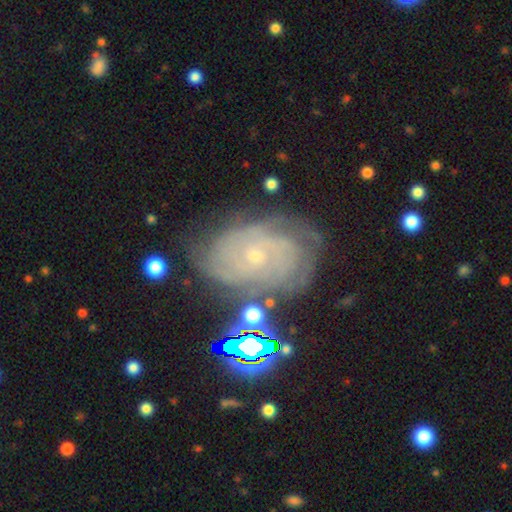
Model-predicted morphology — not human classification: Smooth or featured: featured or disk — 78% (smooth — 11%)
Edge-on disk: no — 97% (yes — 3%)
Bar: no — 78% (weak — 18%)
Spiral arms: yes — 94% (no — 6%)
Spiral winding: tight — 77% (medium — 19%)
Spiral arm count: can't tell — 41% (3 — 15%)
Bulge size: small — 82% (moderate — 14%)
Merging: none — 70% (minor disturbance — 19%)